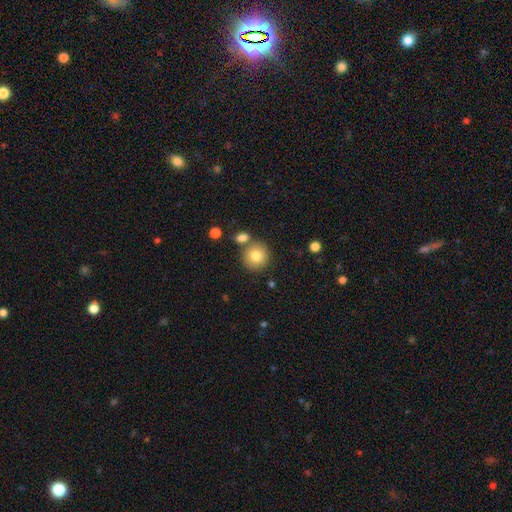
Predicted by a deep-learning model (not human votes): This is likely a smooth galaxy (79%). How rounded: clearly round (91%). Merging: likely none (73%).